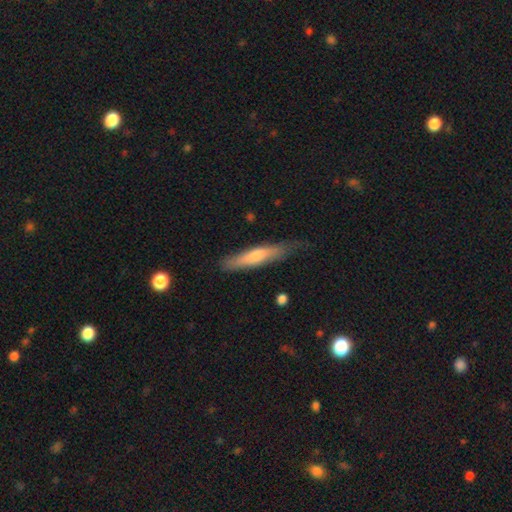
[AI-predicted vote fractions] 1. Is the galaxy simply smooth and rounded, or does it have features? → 64% smooth, 31% featured or disk, 5% star or artifact.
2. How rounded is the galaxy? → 87% cigar-shaped, 11% in between, 1% round.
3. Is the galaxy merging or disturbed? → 67% none, 25% minor disturbance, 6% major disturbance, 2% merger.